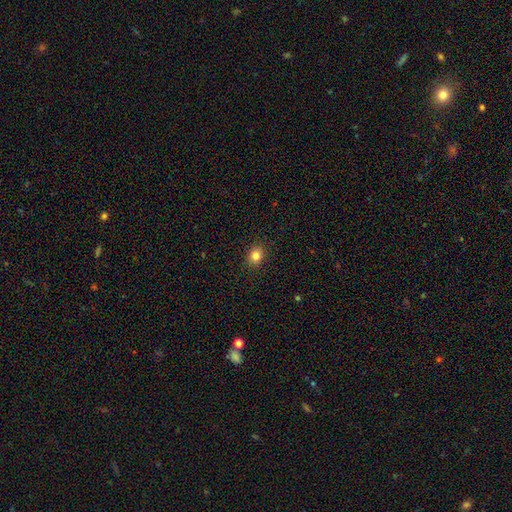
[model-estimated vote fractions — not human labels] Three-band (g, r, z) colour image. It shows a smooth galaxy with no disk features (83%) that is round (57%). Merging: none (90%).